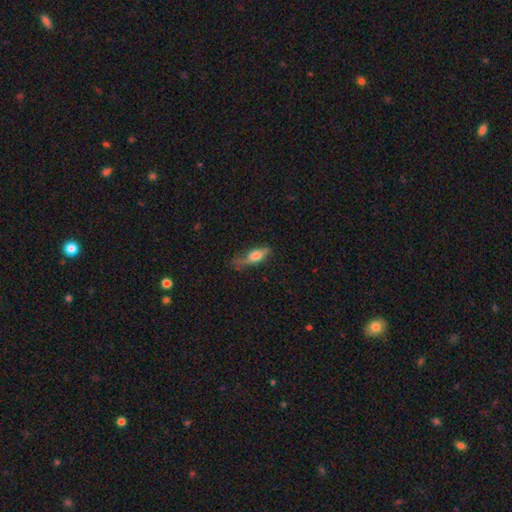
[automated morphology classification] This is possibly a smooth galaxy (57%). How rounded: possibly in between (57%). Merging: marginally none (41%).